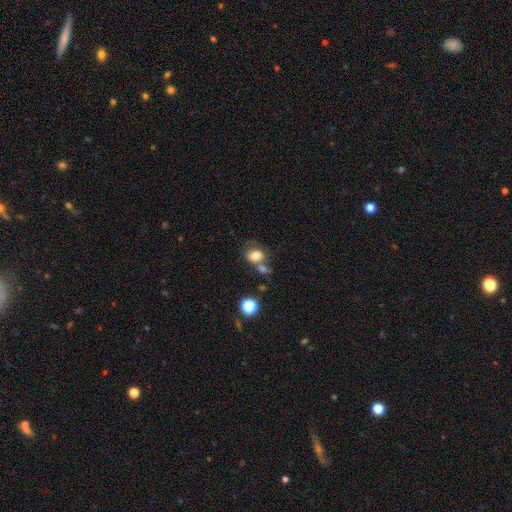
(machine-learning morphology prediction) Smooth or featured? Predicted: smooth (p=0.77). How rounded? Predicted: in between (p=0.59). Merging? Predicted: none (p=0.44).